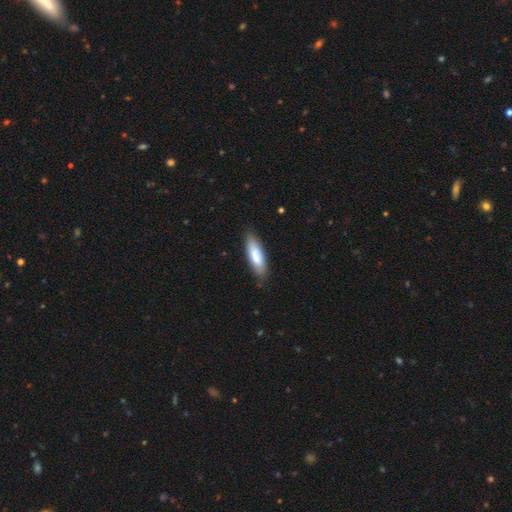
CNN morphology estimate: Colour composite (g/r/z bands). It shows a smooth galaxy with no disk features (76%) that is cigar-shaped (50%). Merging: none (80%).